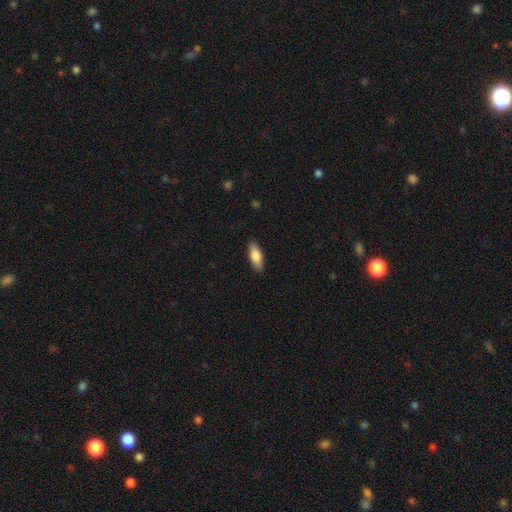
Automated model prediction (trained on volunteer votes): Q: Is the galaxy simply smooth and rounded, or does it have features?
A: smooth — 83%.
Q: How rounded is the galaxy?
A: in between — 75%.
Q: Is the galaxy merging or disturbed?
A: none — 89%.